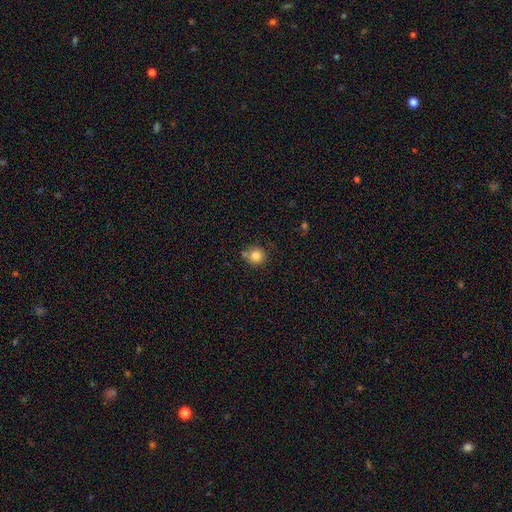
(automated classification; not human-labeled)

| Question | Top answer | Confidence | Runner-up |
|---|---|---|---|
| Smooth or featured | smooth | 82% | star or artifact (11%) |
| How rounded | round | 92% | in between (7%) |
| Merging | none | 73% | minor disturbance (13%) |